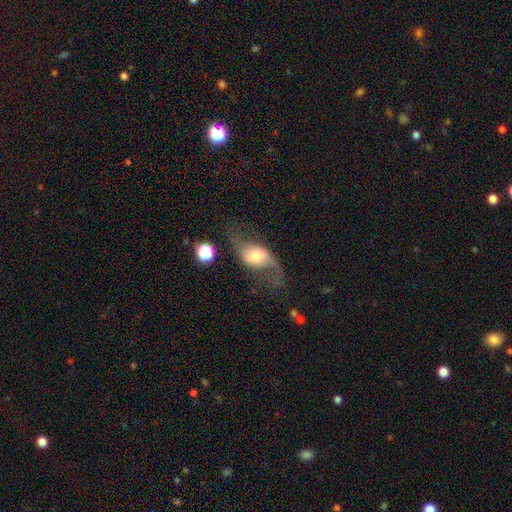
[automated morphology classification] Smooth or featured? featured or disk (71%)
Edge-on disk? no (93%)
Bar? no (52%)
Spiral arms? yes (89%)
Spiral winding? loose (84%)
Spiral arm count? 2 (89%)
Bulge size? moderate (57%)
Merging? none (56%)